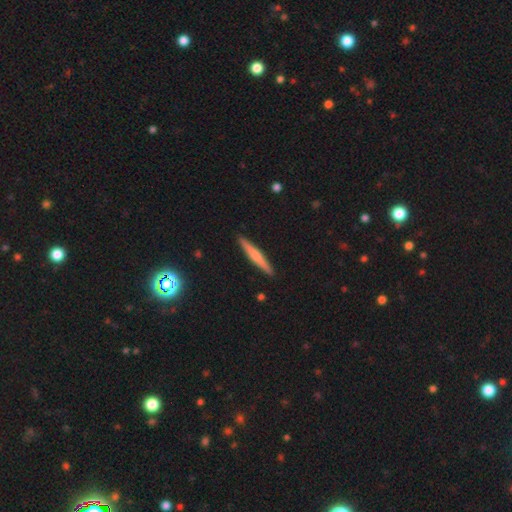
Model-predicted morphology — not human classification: Q: Smooth or featured?
A: smooth (50%); runner-up: featured or disk (44%)
Q: How rounded?
A: cigar-shaped (95%); runner-up: in between (4%)
Q: Merging?
A: none (92%); runner-up: minor disturbance (6%)